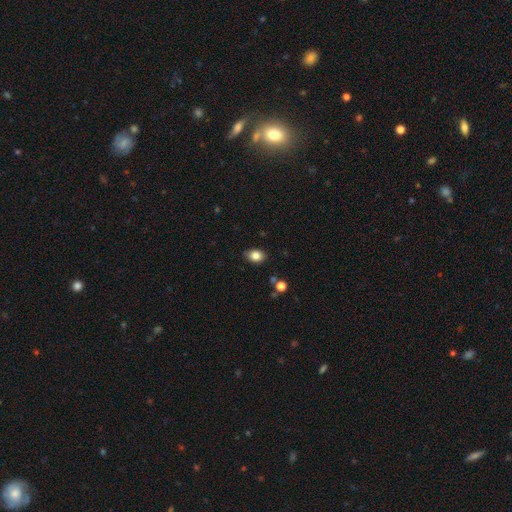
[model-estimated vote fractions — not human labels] Morphology: type=smooth (83%); roundness=in between (69%); merging=none (84%).